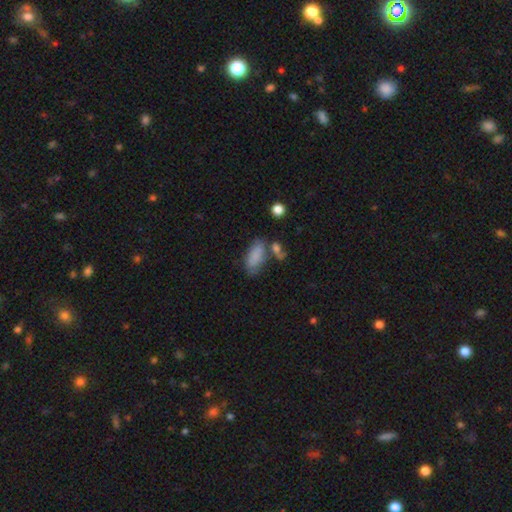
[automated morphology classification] smooth_or_featured: smooth (p=0.80) [alt: featured or disk p=0.11]
how_rounded: in between (p=0.84) [alt: cigar-shaped p=0.13]
merging: none (p=0.52) [alt: minor disturbance p=0.21]